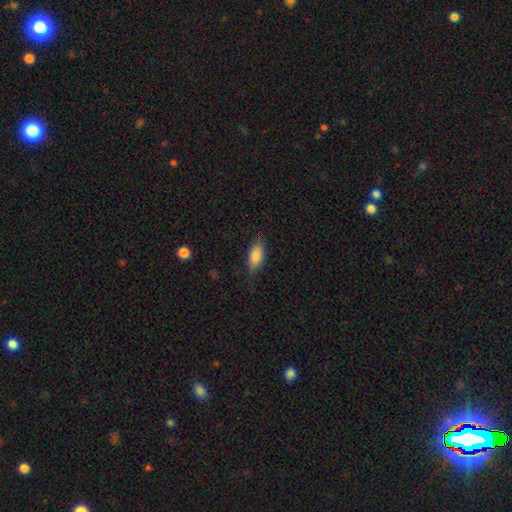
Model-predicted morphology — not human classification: Overall: smooth (83%). How rounded: in between (82%). Merging: none (81%).